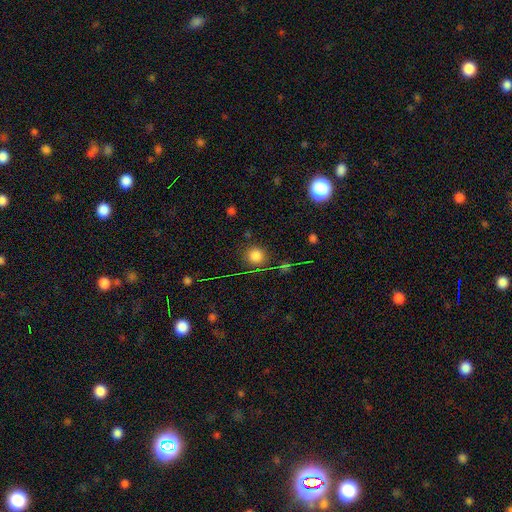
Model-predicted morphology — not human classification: smooth_or_featured: smooth (p=0.78) [alt: star or artifact p=0.16]
how_rounded: round (p=0.90) [alt: in between p=0.09]
merging: none (p=0.82) [alt: minor disturbance p=0.10]